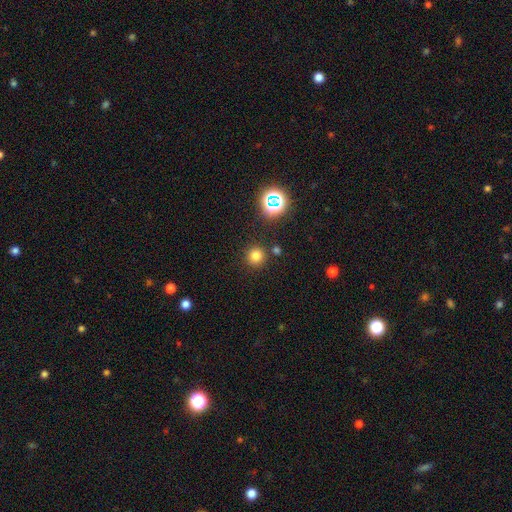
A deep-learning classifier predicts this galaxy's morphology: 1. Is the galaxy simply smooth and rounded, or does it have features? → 74% smooth, 20% star or artifact, 6% featured or disk.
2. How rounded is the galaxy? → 94% round, 5% in between, 1% cigar-shaped.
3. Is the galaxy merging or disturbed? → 86% none, 6% minor disturbance, 5% merger, 3% major disturbance.